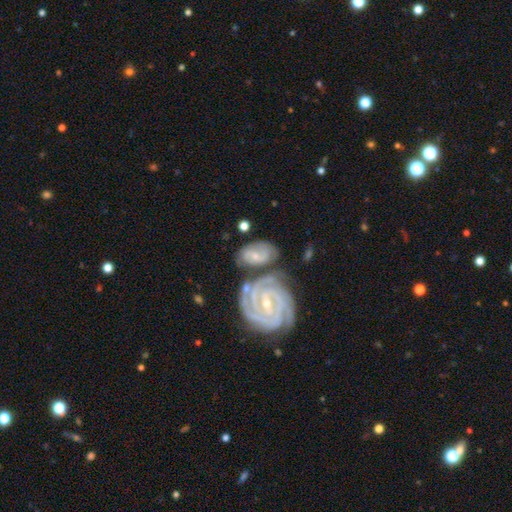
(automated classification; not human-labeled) Smooth or featured?
  - featured or disk: 73% *
  - smooth: 20%
  - star or artifact: 7%
Edge-on disk?
  - no: 96% *
  - yes: 4%
Bar?
  - weak: 48% *
  - no: 31%
  - strong: 21%
Spiral arms?
  - yes: 95% *
  - no: 5%
Spiral winding?
  - tight: 59% *
  - medium: 34%
  - loose: 7%
Spiral arm count?
  - 2: 43% *
  - 3: 26%
  - can't tell: 17%
  - 4: 7%
  - 1: 4%
  - more than 4: 3%
Bulge size?
  - small: 59% *
  - moderate: 34%
  - none: 4%
  - large: 2%
  - dominant: 1%
Merging?
  - none: 50% *
  - merger: 26%
  - minor disturbance: 17%
  - major disturbance: 6%